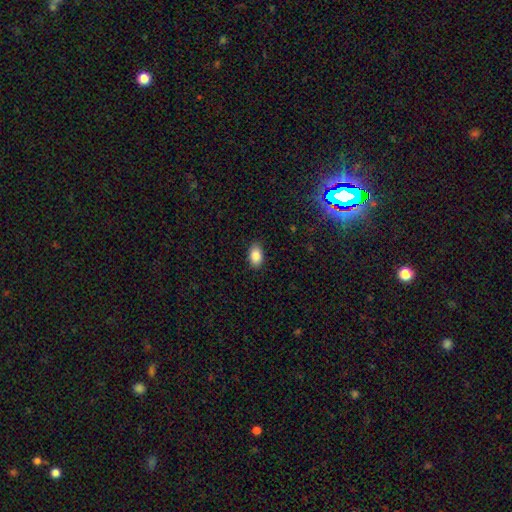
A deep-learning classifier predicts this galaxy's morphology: type=smooth (86%); roundness=in between (91%); merging=none (88%).